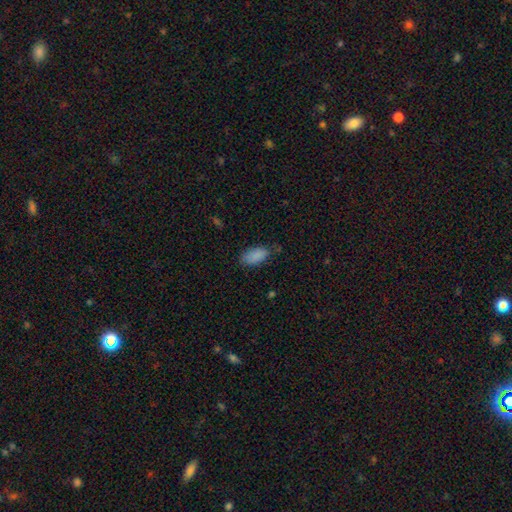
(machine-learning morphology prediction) Smooth or featured? smooth (88%)
How rounded? in between (93%)
Merging? none (72%)